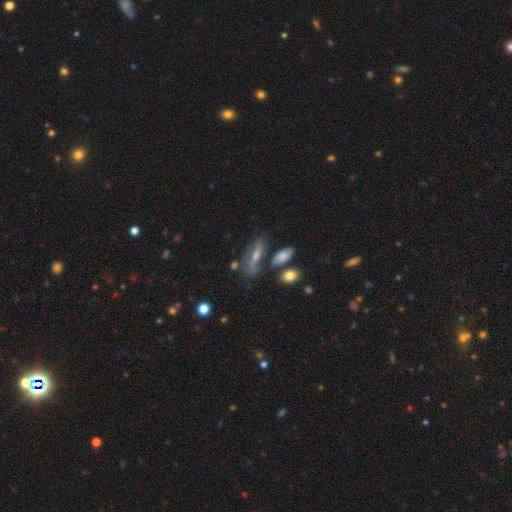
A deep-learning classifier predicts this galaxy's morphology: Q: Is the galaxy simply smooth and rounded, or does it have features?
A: featured or disk — 44%.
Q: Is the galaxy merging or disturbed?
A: none — 57%.